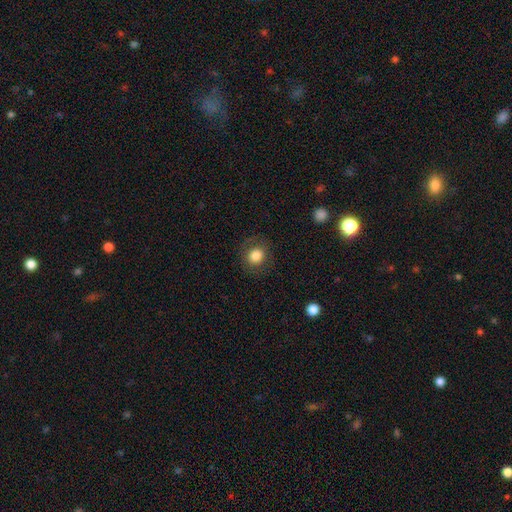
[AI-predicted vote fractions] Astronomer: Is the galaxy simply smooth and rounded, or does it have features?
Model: smooth — 81%.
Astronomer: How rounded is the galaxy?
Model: round — 86%.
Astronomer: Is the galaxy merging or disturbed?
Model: none — 84%.